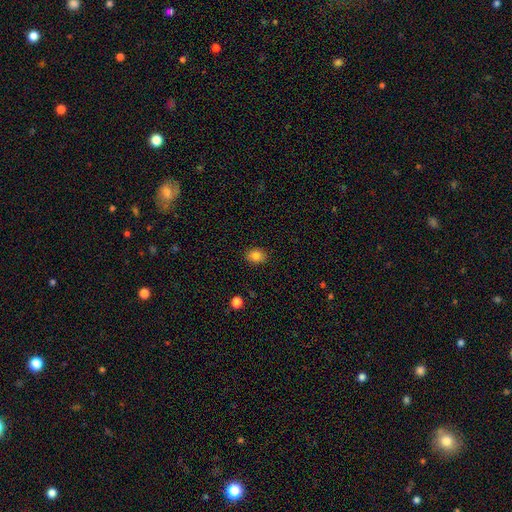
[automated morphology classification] This appears to be a smooth galaxy with no disk features (84%) that is in between round and cigar-shaped (56%). Merging: none (88%).